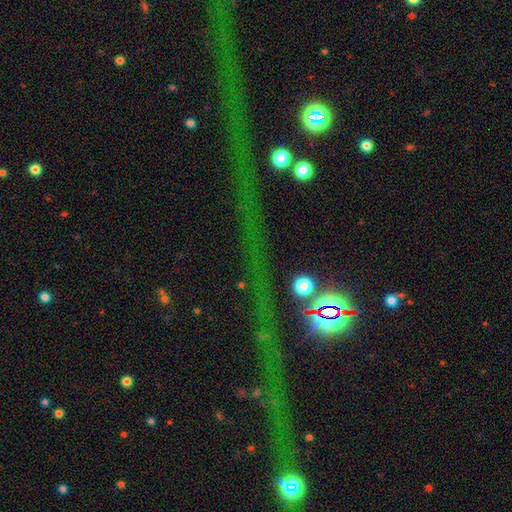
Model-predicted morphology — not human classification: Smooth or featured?
  - star or artifact: 71% *
  - featured or disk: 16%
  - smooth: 13%